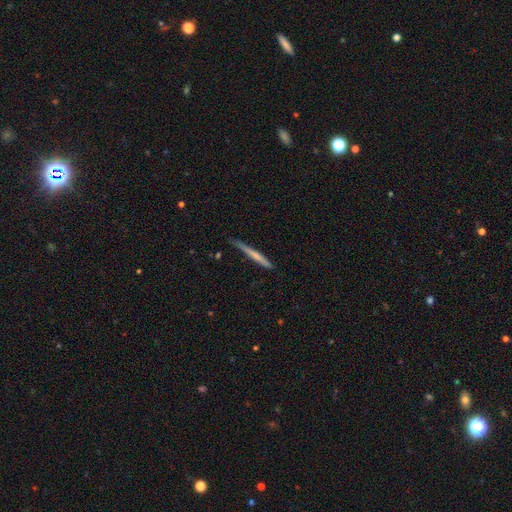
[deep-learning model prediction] smooth_or_featured: smooth (p=0.55) [alt: featured or disk p=0.39]
how_rounded: cigar-shaped (p=0.97) [alt: in between p=0.02]
merging: none (p=0.76) [alt: minor disturbance p=0.19]